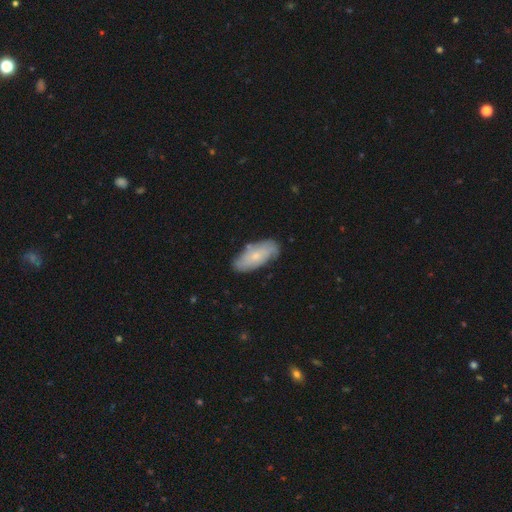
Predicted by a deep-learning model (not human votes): This appears to be a smooth galaxy with no disk features (52%) that is in between round and cigar-shaped (83%). Merging: none (74%).